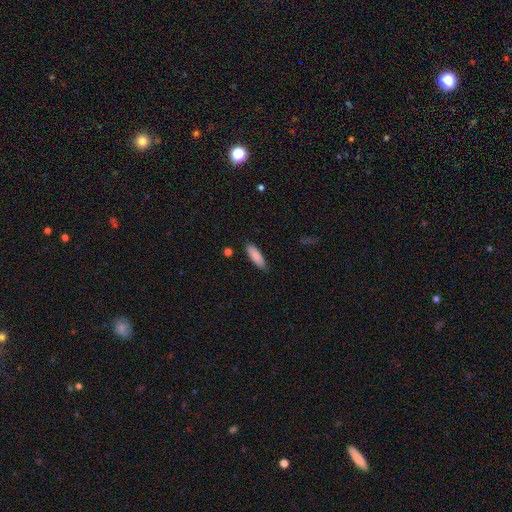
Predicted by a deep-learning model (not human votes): This appears to be a smooth galaxy with no disk features (85%) that is in between round and cigar-shaped (49%, tied with cigar-shaped). Merging: none (87%).